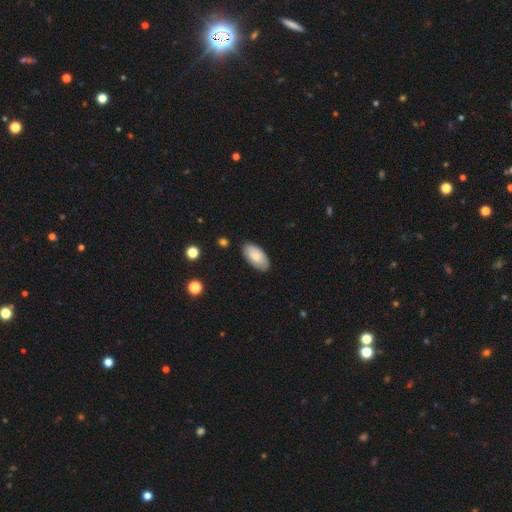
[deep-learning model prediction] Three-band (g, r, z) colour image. It shows a smooth galaxy with no disk features (81%) that is in between round and cigar-shaped (95%). Merging: none (85%).